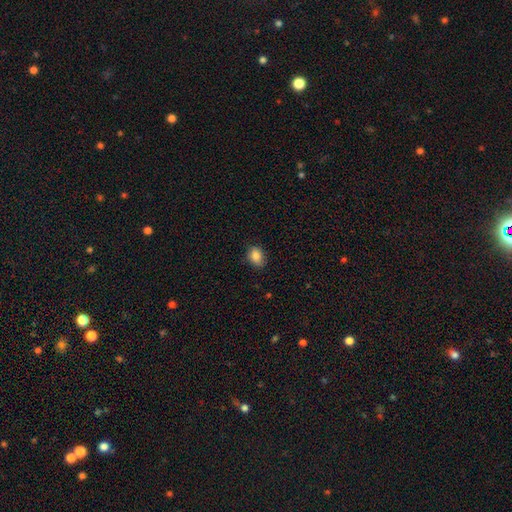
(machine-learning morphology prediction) Smooth or featured? Predicted: smooth (p=0.86). How rounded? Predicted: in between (p=0.70). Merging? Predicted: none (p=0.82).